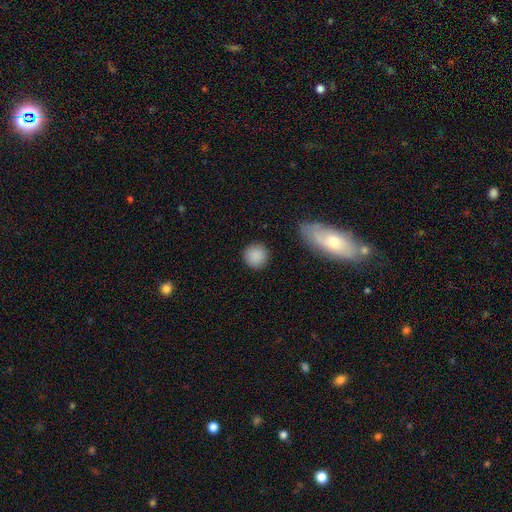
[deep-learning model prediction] Smooth or featured: smooth — 88% (star or artifact — 8%)
How rounded: round — 94% (in between — 5%)
Merging: none — 90% (minor disturbance — 6%)